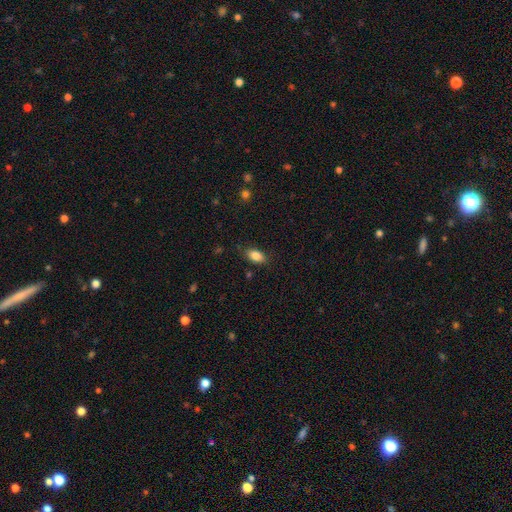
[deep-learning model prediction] Morphology: type=smooth (85%); roundness=in between (89%); merging=none (81%).